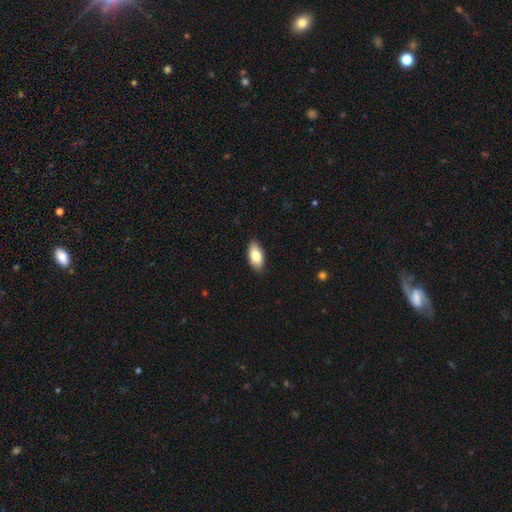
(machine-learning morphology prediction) Smooth or featured? Predicted: smooth (p=0.81). How rounded? Predicted: in between (p=0.92). Merging? Predicted: none (p=0.87).